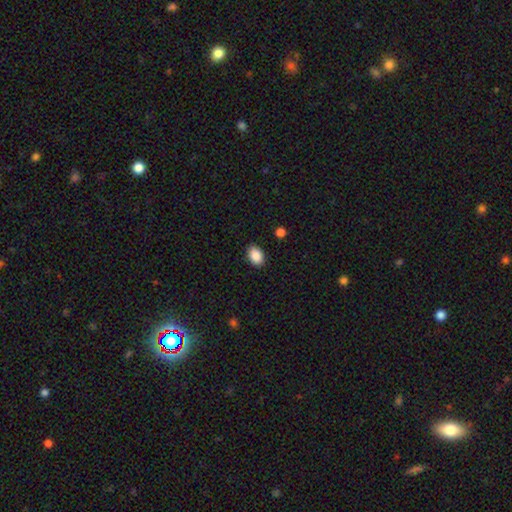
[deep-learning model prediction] Overall: smooth (89%). How rounded: in between (81%). Merging: none (89%).